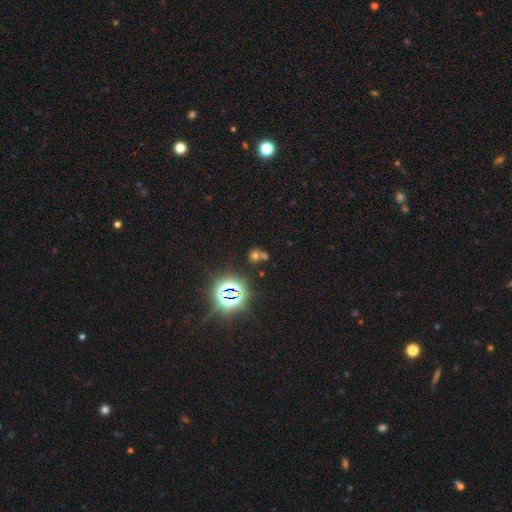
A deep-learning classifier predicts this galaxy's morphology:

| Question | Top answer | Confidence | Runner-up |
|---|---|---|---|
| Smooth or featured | star or artifact | 51% | smooth (37%) |